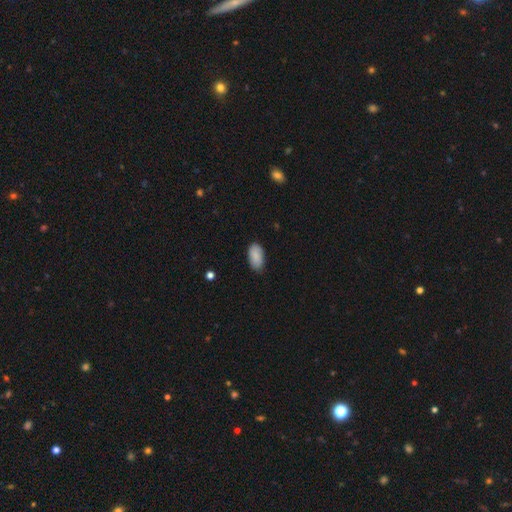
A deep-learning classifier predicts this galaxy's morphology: A smooth galaxy with no disk features (88%) that is in between round and cigar-shaped (94%). Merging: none (77%).